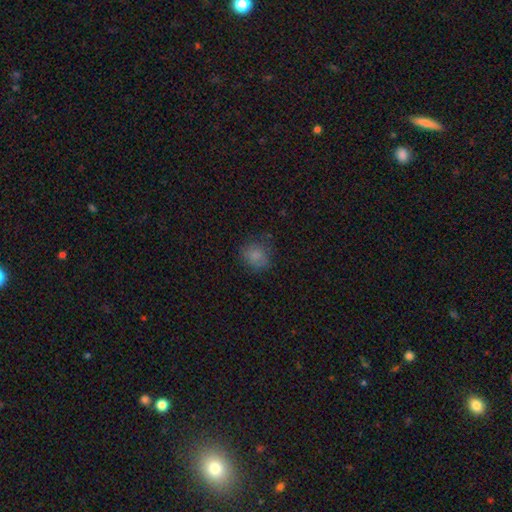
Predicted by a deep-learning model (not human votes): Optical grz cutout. It shows a smooth galaxy with no disk features (81%) that is round (75%). Merging: none (74%).